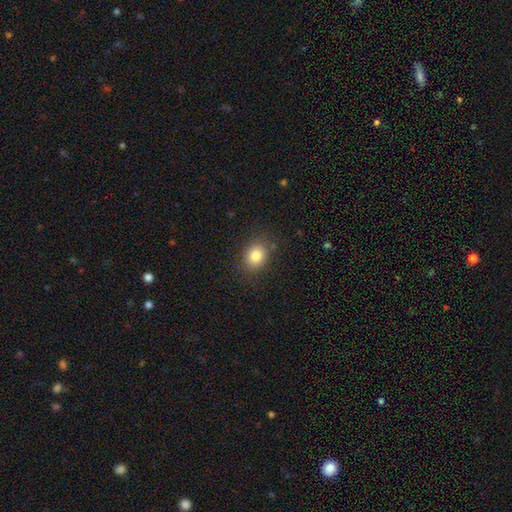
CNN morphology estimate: type=smooth (82%); roundness=in between (50%); merging=none (84%).